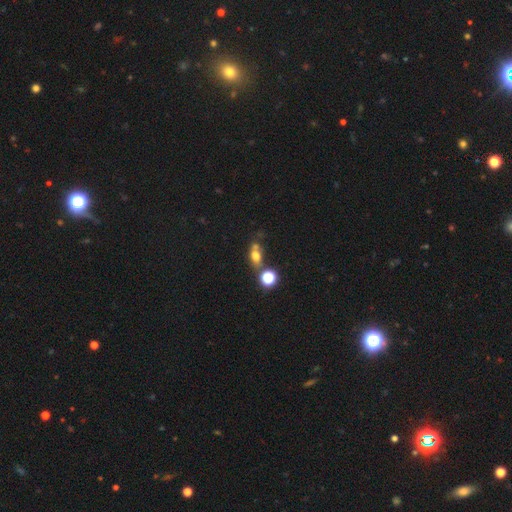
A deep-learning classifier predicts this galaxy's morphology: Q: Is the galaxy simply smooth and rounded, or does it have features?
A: smooth — 64%.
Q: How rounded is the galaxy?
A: in between — 53%.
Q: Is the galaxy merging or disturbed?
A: none — 46%.